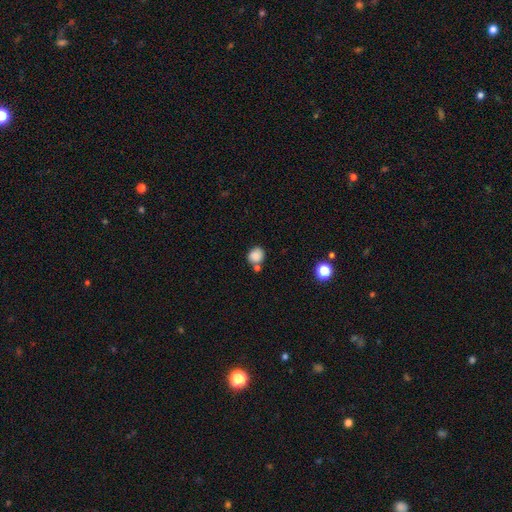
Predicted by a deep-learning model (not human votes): Morphology: type=smooth (84%); roundness=round (78%); merging=none (59%).